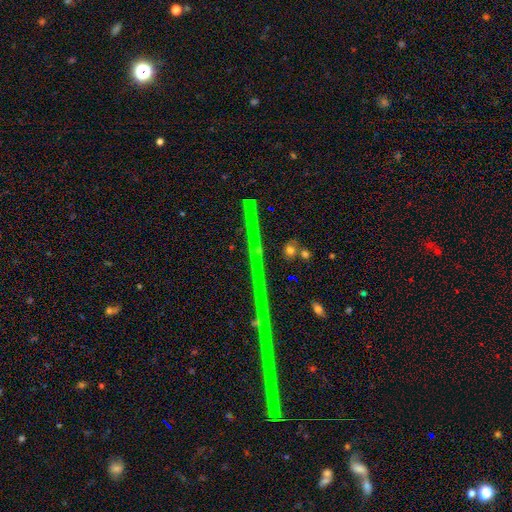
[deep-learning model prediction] A star or artifact, not a galaxy (77%).

Vote fractions:
- Smooth or featured? star or artifact: 77% / featured or disk: 15% / smooth: 9%